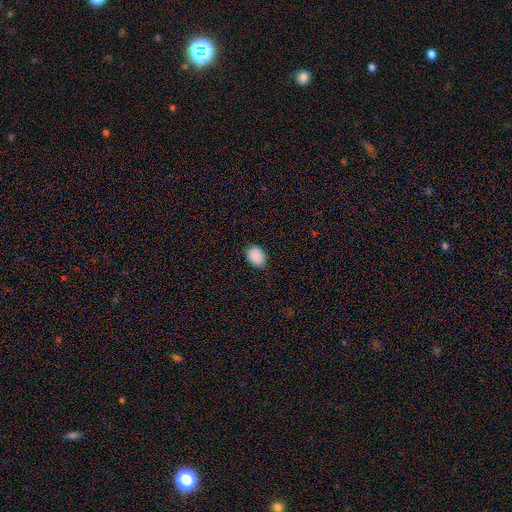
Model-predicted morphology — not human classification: Overall: smooth (90%). How rounded: in between (73%). Merging: none (83%).